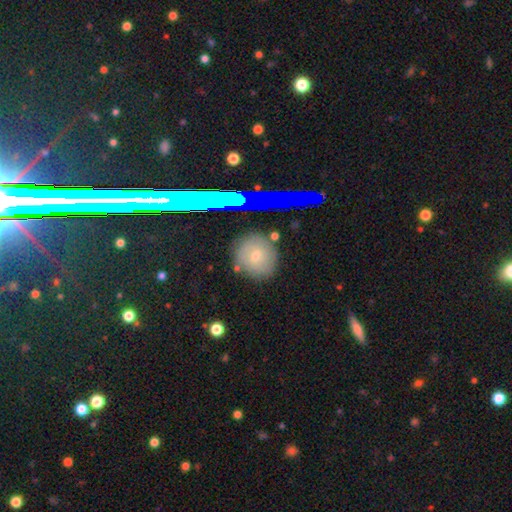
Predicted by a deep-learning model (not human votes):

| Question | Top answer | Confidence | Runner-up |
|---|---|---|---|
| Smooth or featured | smooth | 62% | featured or disk (25%) |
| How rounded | round | 79% | in between (20%) |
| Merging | none | 80% | minor disturbance (12%) |